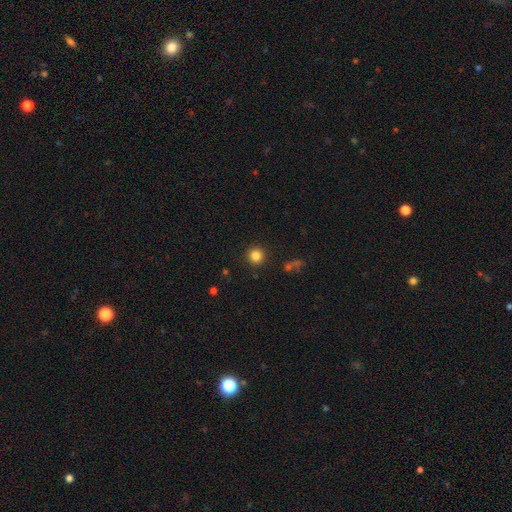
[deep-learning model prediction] A smooth galaxy with no disk features (84%) that is round (95%). Merging: none (91%).